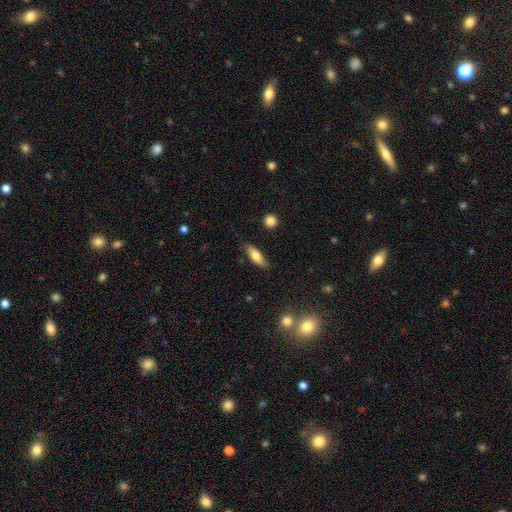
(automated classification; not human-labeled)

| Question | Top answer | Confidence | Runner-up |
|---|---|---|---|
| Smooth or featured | smooth | 72% | featured or disk (22%) |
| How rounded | in between | 56% | cigar-shaped (42%) |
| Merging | none | 80% | minor disturbance (15%) |